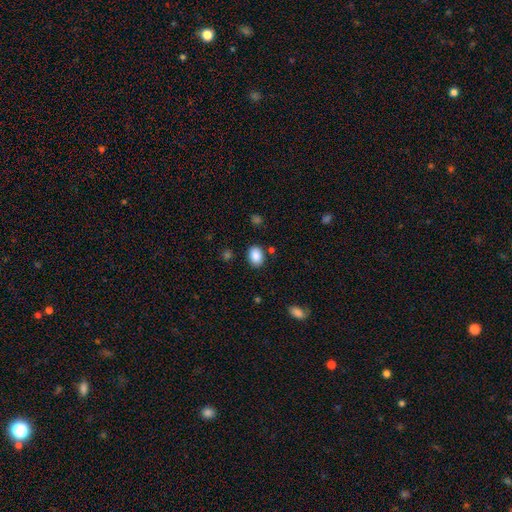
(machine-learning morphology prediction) type=smooth (88%); roundness=in between (73%); merging=none (85%).